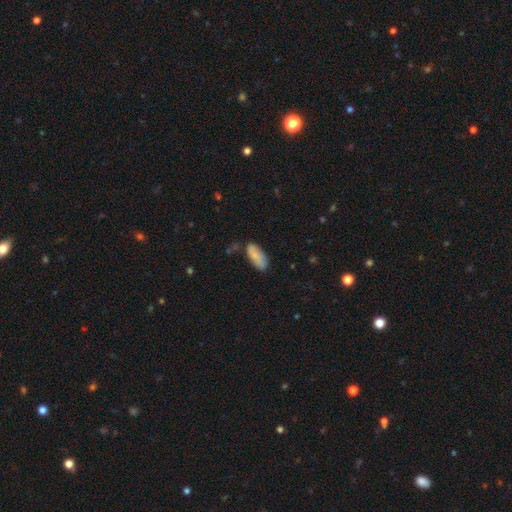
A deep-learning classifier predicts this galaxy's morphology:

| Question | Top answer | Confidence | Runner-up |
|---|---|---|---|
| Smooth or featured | smooth | 80% | featured or disk (14%) |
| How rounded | in between | 82% | cigar-shaped (16%) |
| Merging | none | 70% | minor disturbance (22%) |